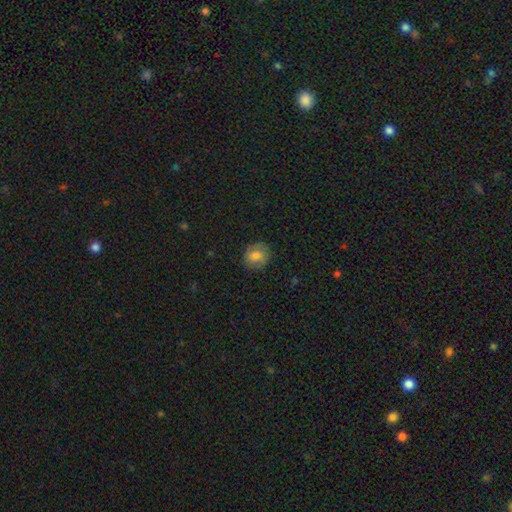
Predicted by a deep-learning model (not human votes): Smooth or featured? smooth (77%)
How rounded? round (78%)
Merging? none (85%)